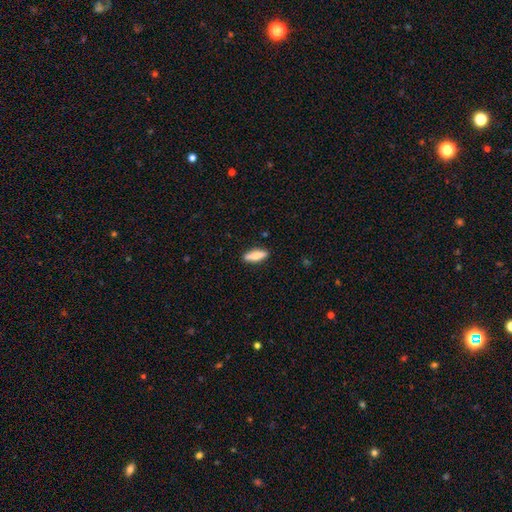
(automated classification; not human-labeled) Morphology: type=smooth (77%); roundness=in between (50%); merging=none (89%).